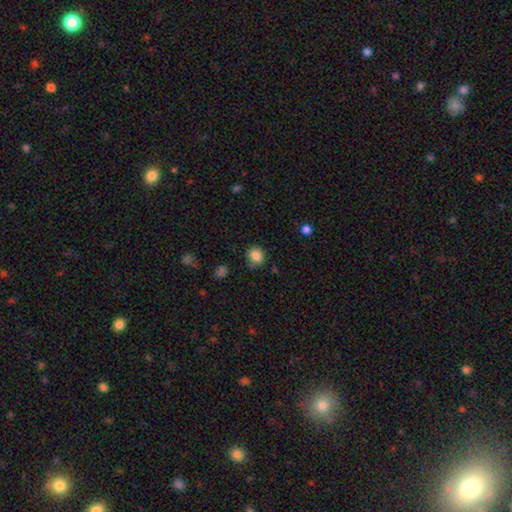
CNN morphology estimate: Smooth or featured? Predicted: smooth (p=0.85). How rounded? Predicted: round (p=0.79). Merging? Predicted: none (p=0.79).